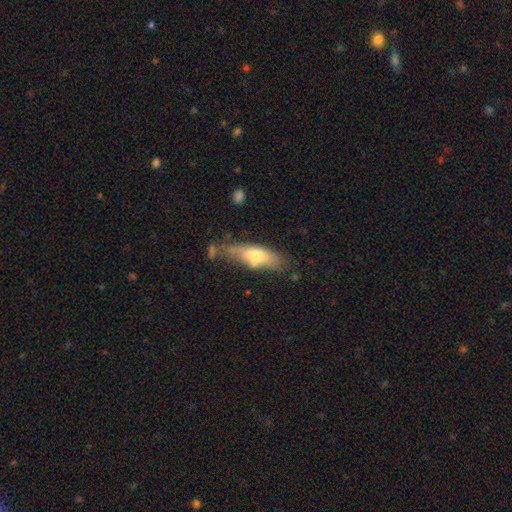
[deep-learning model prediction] smooth_or_featured: smooth (p=0.60) [alt: featured or disk p=0.33]
how_rounded: cigar-shaped (p=0.52) [alt: in between p=0.46]
merging: none (p=0.52) [alt: minor disturbance p=0.26]